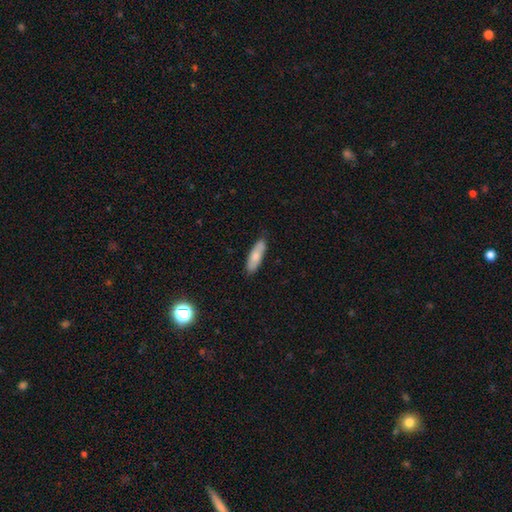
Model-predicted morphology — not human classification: Overall: smooth (75%). How rounded: in between (52%; cigar-shaped 46%). Merging: none (82%).